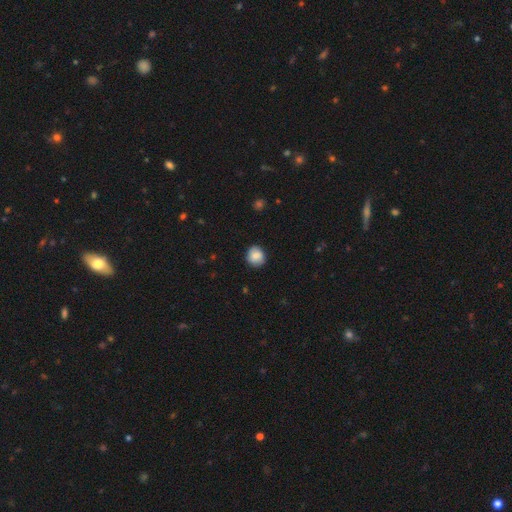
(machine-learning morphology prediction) type=smooth (84%); roundness=round (84%); merging=none (86%).